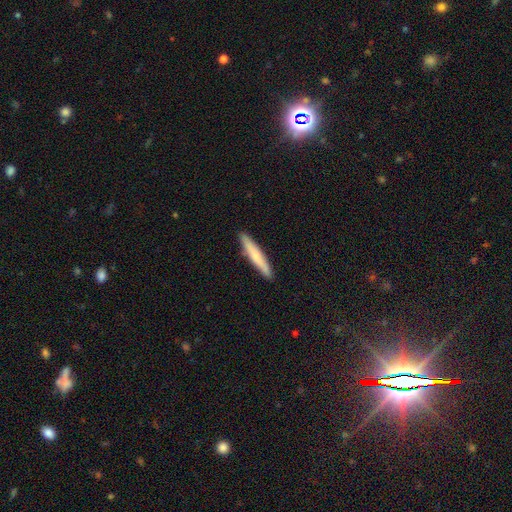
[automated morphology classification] Q: Smooth or featured?
A: smooth (66%); runner-up: featured or disk (29%)
Q: How rounded?
A: cigar-shaped (94%); runner-up: in between (5%)
Q: Merging?
A: none (91%); runner-up: minor disturbance (7%)